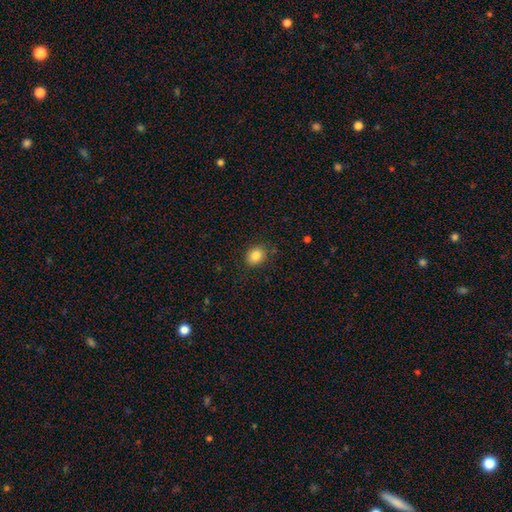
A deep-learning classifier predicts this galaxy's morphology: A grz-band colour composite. It shows a smooth galaxy with no disk features (85%) that is round (55%). Merging: none (84%).